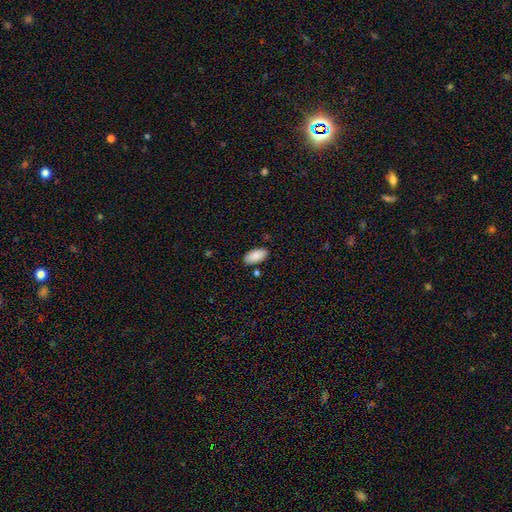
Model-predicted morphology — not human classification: Q: Smooth or featured?
A: smooth (89%); runner-up: star or artifact (6%)
Q: How rounded?
A: in between (93%); runner-up: cigar-shaped (5%)
Q: Merging?
A: none (84%); runner-up: minor disturbance (11%)